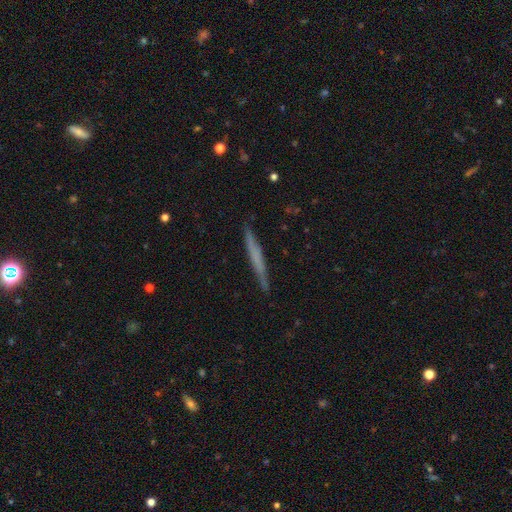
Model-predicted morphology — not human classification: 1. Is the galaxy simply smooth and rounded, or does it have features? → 48% smooth, 46% featured or disk, 6% star or artifact.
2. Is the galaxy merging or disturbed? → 87% none, 10% minor disturbance, 2% major disturbance, 1% merger.